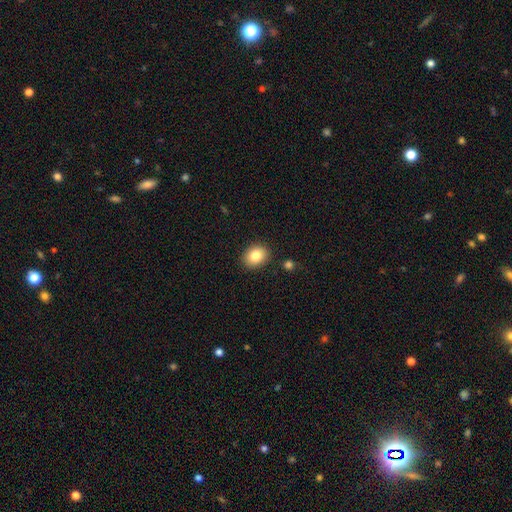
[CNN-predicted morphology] This appears to be a smooth galaxy with no disk features (82%) that is in between round and cigar-shaped (54%). Merging: none (88%).